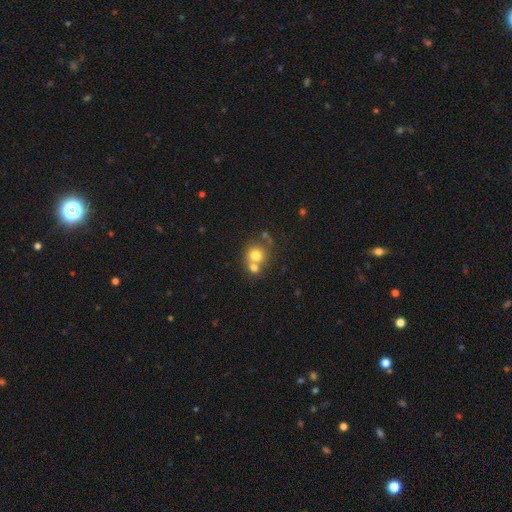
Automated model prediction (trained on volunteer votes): Q: Smooth or featured?
A: smooth (73%); runner-up: featured or disk (16%)
Q: How rounded?
A: round (82%); runner-up: in between (17%)
Q: Merging?
A: merger (52%); runner-up: none (37%)